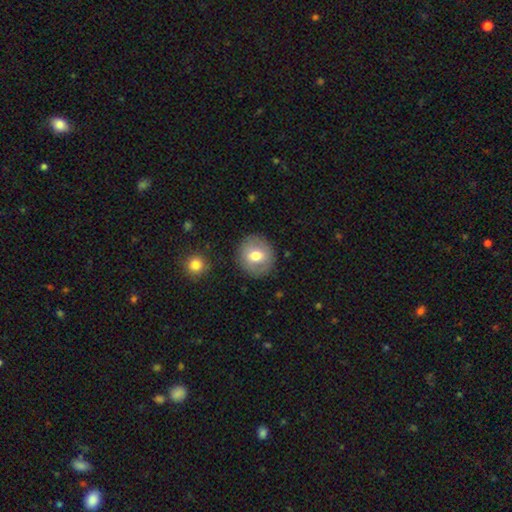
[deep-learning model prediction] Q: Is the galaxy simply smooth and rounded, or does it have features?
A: smooth — 68%.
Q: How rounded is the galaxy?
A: round — 85%.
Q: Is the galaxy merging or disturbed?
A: none — 86%.